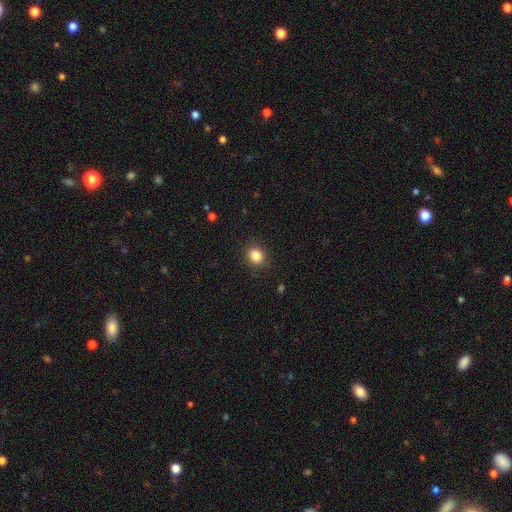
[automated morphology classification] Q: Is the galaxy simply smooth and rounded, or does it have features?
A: smooth — 84%.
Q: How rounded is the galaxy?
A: round — 78%.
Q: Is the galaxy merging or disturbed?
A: none — 89%.